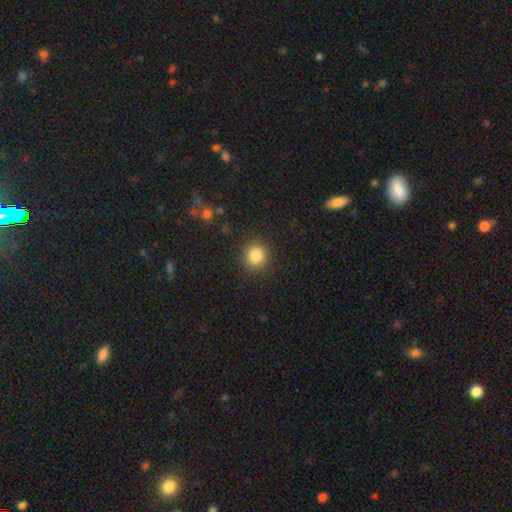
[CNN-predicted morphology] type=smooth (84%); roundness=round (90%); merging=none (90%).